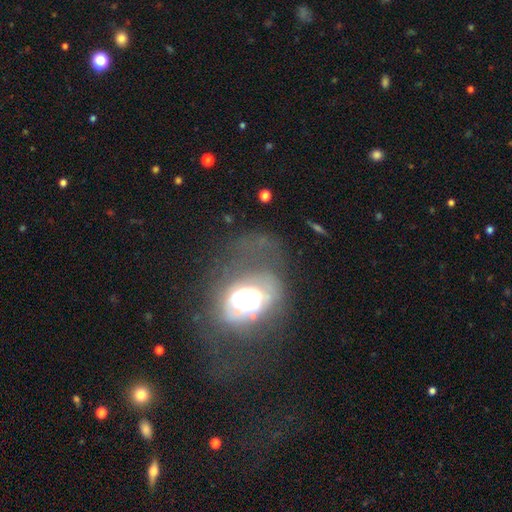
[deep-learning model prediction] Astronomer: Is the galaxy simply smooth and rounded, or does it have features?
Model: featured or disk — 52% (runner-up: smooth, 31%).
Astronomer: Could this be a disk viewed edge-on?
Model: no — 93%.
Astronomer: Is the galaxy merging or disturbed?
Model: none — 41% (runner-up: major disturbance, 36%).